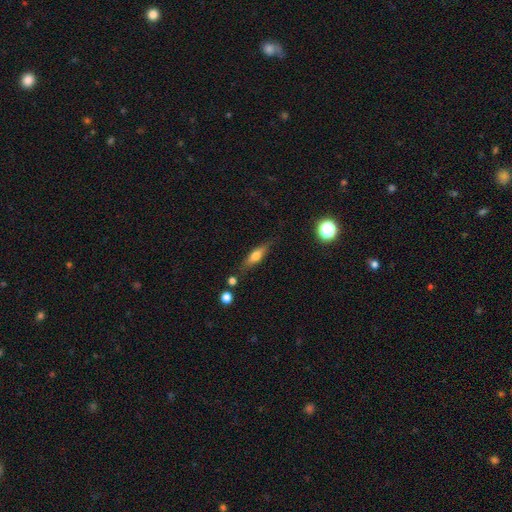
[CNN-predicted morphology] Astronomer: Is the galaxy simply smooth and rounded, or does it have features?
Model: smooth — 52% (runner-up: featured or disk, 41%).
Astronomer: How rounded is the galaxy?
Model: cigar-shaped — 58% (runner-up: in between, 38%).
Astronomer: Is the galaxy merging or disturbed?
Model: none — 75%.